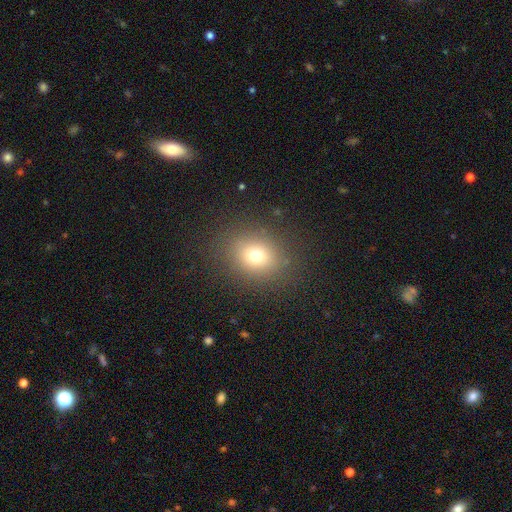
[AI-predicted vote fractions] Morphology: type=smooth (71%); roundness=round (63%); merging=none (84%).